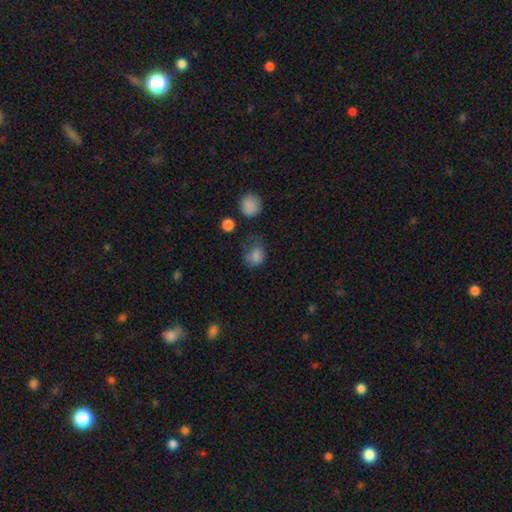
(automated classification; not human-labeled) smooth 79%, star or artifact 13%, featured or disk 9%. Down the decision tree: how rounded — round (51%); merging — none (44%).